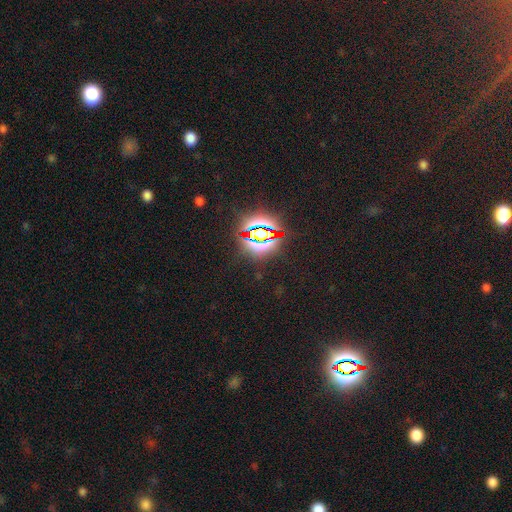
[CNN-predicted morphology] This appears to be a star or artifact, not a galaxy (82%).